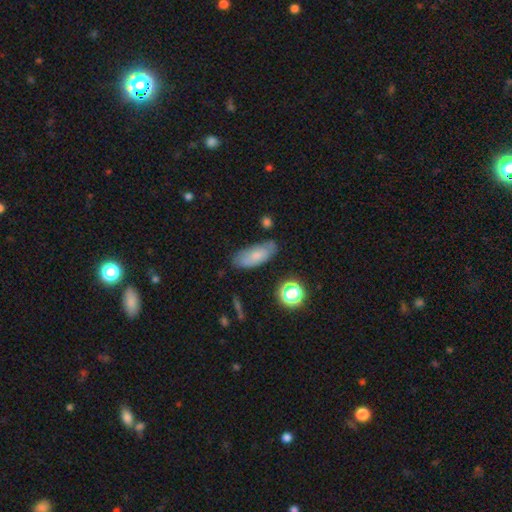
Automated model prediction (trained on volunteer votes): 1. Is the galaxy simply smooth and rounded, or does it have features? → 72% smooth, 19% featured or disk, 9% star or artifact.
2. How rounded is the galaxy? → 81% in between, 16% cigar-shaped, 3% round.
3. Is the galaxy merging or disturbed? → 71% none, 21% minor disturbance, 5% major disturbance, 3% merger.